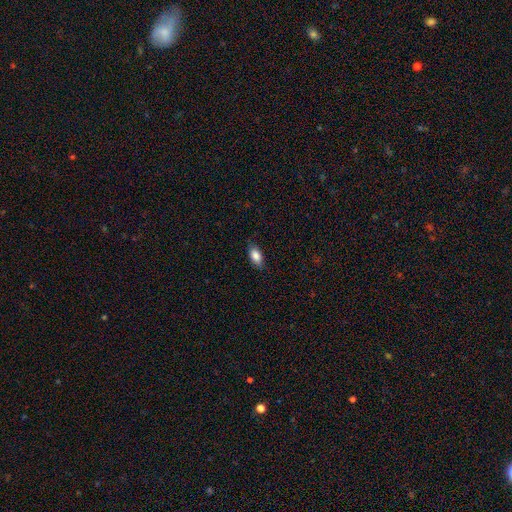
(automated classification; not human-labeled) smooth_or_featured: smooth (p=0.85) [alt: featured or disk p=0.08]
how_rounded: in between (p=0.89) [alt: cigar-shaped p=0.06]
merging: none (p=0.83) [alt: minor disturbance p=0.13]